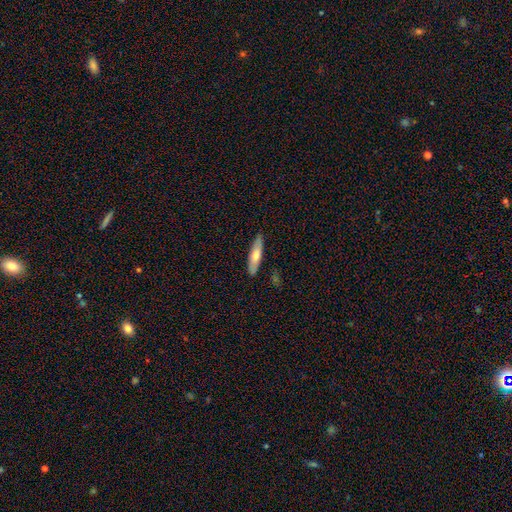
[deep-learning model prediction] Smooth or featured? Predicted: smooth (p=0.64). How rounded? Predicted: cigar-shaped (p=0.72). Merging? Predicted: none (p=0.86).